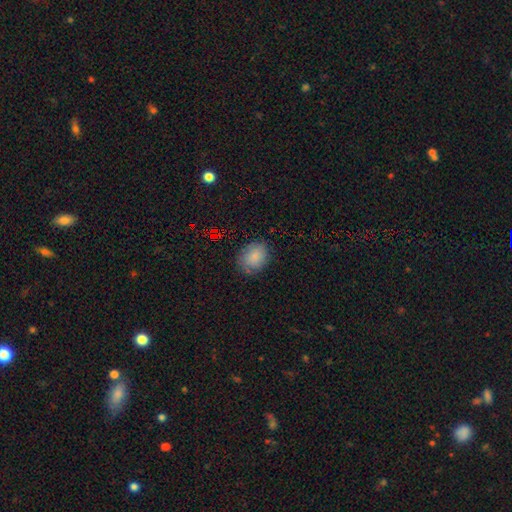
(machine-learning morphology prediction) This is clearly a smooth galaxy (82%). How rounded: possibly in between (52%). Merging: likely none (77%).